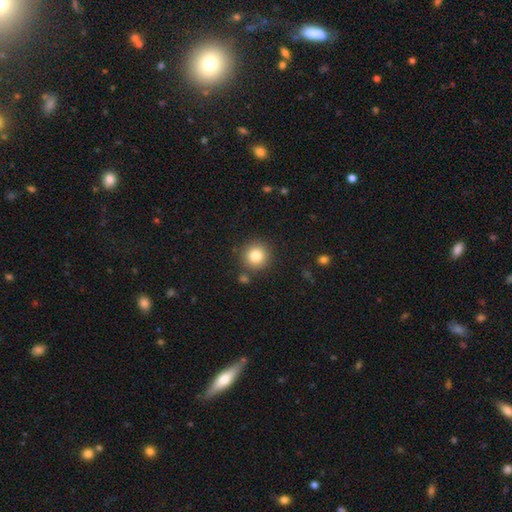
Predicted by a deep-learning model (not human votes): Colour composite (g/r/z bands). It shows a smooth galaxy with no disk features (82%) that is round (94%). Merging: none (86%).